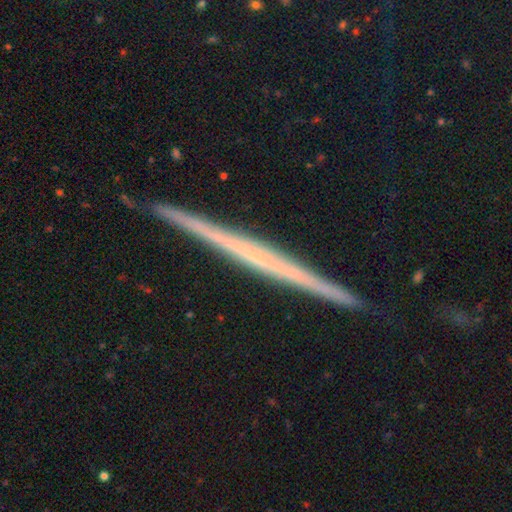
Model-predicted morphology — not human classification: Q: Smooth or featured?
A: featured or disk (65%); runner-up: smooth (21%)
Q: Edge-on disk?
A: yes (98%); runner-up: no (2%)
Q: Edge-on bulge?
A: none (83%); runner-up: rounded (11%)
Q: Merging?
A: none (92%); runner-up: minor disturbance (6%)